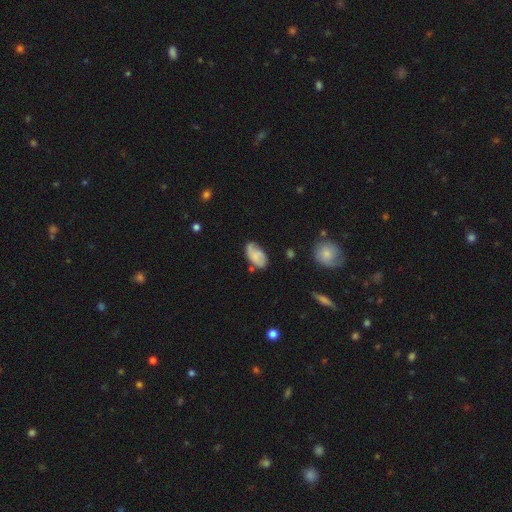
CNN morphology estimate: Smooth or featured? smooth (64%)
How rounded? in between (93%)
Merging? none (60%)